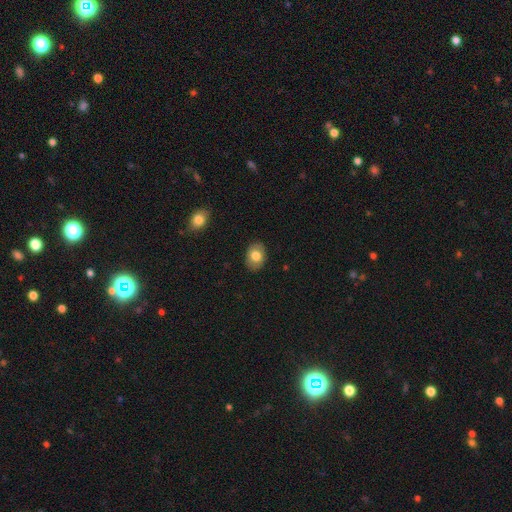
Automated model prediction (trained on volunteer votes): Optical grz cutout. It shows a smooth galaxy with no disk features (78%) that is in between round and cigar-shaped (75%). Merging: none (87%).